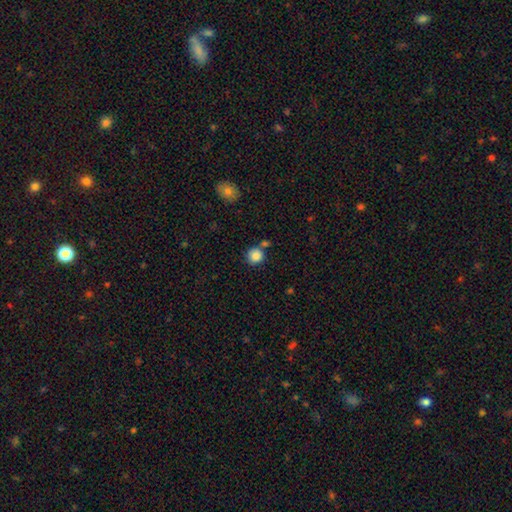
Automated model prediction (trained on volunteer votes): Smooth or featured: smooth — 86% (star or artifact — 9%)
How rounded: round — 91% (in between — 8%)
Merging: none — 69% (merger — 16%)